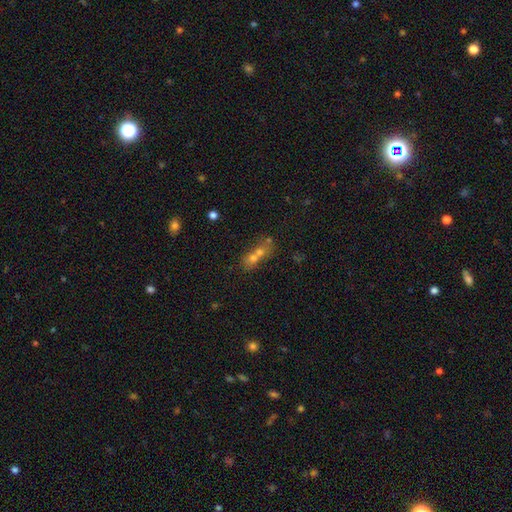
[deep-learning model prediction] A smooth galaxy with no disk features (60%) that is round (54%).

Vote fractions:
- Smooth or featured? smooth: 60% / featured or disk: 24% / star or artifact: 17%
- How rounded? round: 54% / in between: 42% / cigar-shaped: 4%
- Merging? merger: 69% / none: 21% / minor disturbance: 6% / major disturbance: 4%